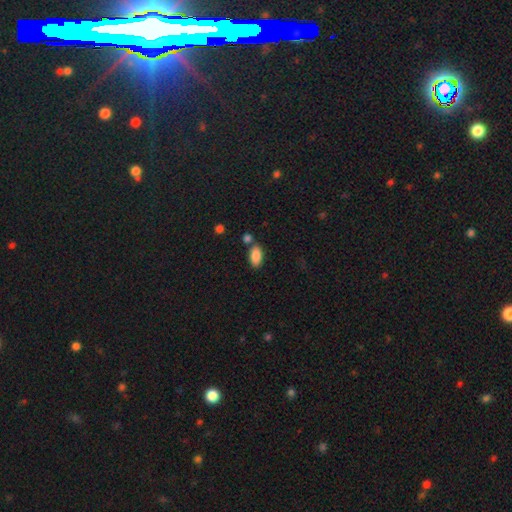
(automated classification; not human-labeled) Overall: smooth (87%). How rounded: in between (92%). Merging: none (70%).